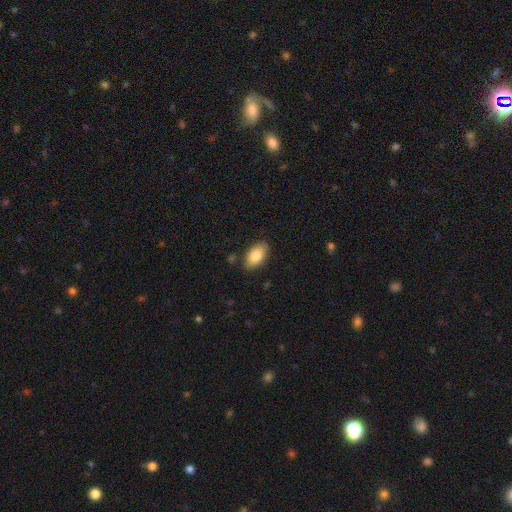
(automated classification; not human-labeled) Q: Smooth or featured?
A: smooth (84%); runner-up: featured or disk (9%)
Q: How rounded?
A: in between (93%); runner-up: round (4%)
Q: Merging?
A: none (84%); runner-up: minor disturbance (12%)